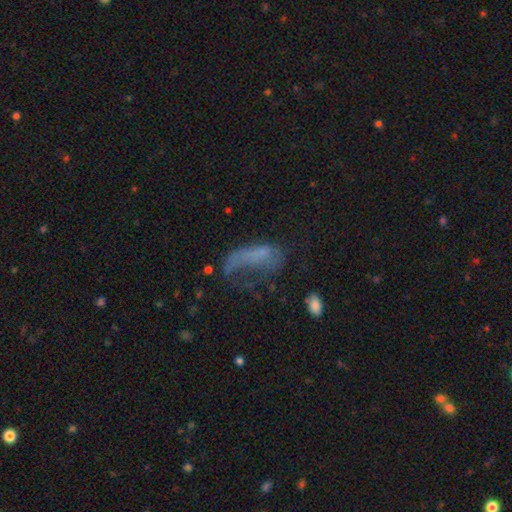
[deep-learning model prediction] This appears to be a smooth galaxy with no disk features (45%). Merging: major disturbance (51%).